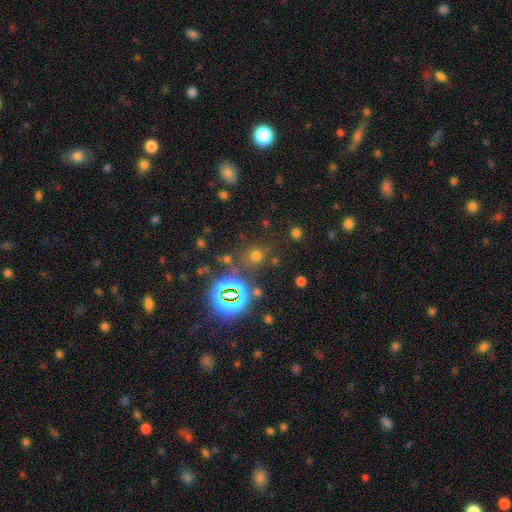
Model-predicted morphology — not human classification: type=smooth (56%); roundness=round (83%); merging=none (78%).